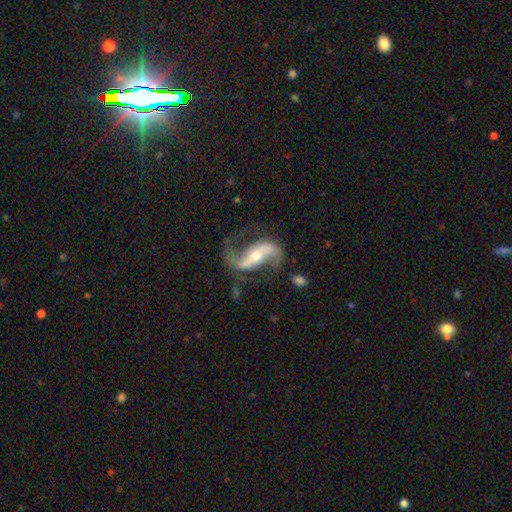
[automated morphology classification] smooth_or_featured: featured or disk (p=0.90) [alt: smooth p=0.05]
disk_edge_on: no (p=0.96) [alt: yes p=0.04]
bar: strong (p=0.56) [alt: weak p=0.26]
has_spiral_arms: yes (p=0.97) [alt: no p=0.03]
spiral_winding: loose (p=0.64) [alt: medium p=0.30]
spiral_arm_count: 2 (p=0.93) [alt: 1 p=0.03]
bulge_size: moderate (p=0.52) [alt: small p=0.42]
merging: none (p=0.73) [alt: minor disturbance p=0.14]